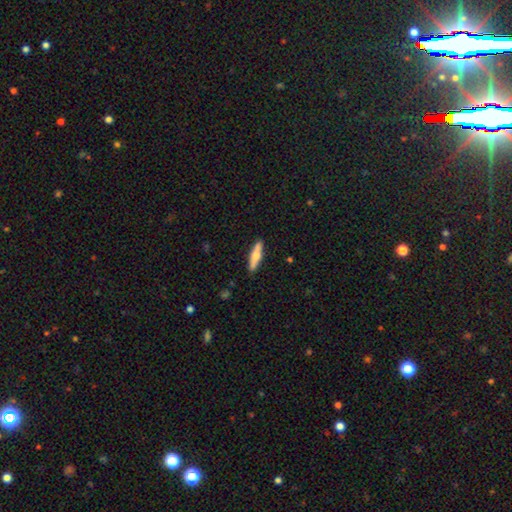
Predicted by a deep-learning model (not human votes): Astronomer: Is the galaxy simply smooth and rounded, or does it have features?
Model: smooth — 54% (runner-up: featured or disk, 40%).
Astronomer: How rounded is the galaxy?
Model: cigar-shaped — 79%.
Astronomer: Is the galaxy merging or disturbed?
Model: none — 89%.